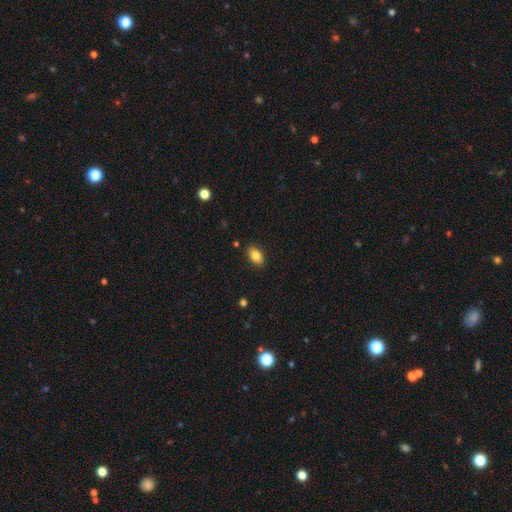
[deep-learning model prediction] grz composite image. It shows a smooth galaxy with no disk features (84%) that is in between round and cigar-shaped (90%). Merging: none (87%).